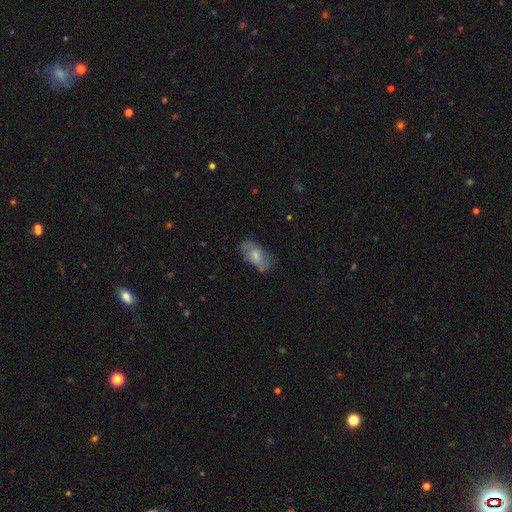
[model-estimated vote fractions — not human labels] Smooth or featured? Predicted: smooth (p=0.62). How rounded? Predicted: in between (p=0.92). Merging? Predicted: none (p=0.66).